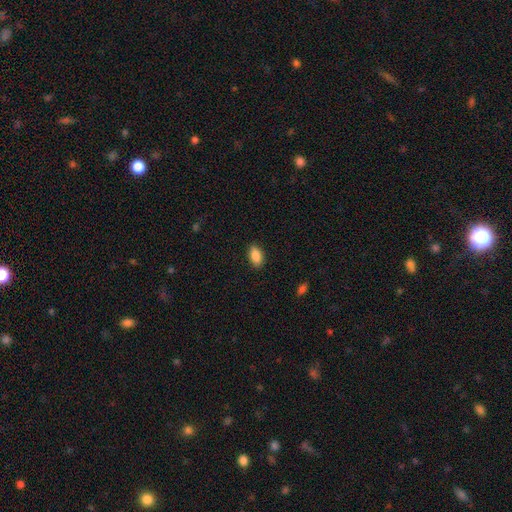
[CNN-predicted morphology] Smooth or featured? smooth (89%)
How rounded? in between (92%)
Merging? none (88%)